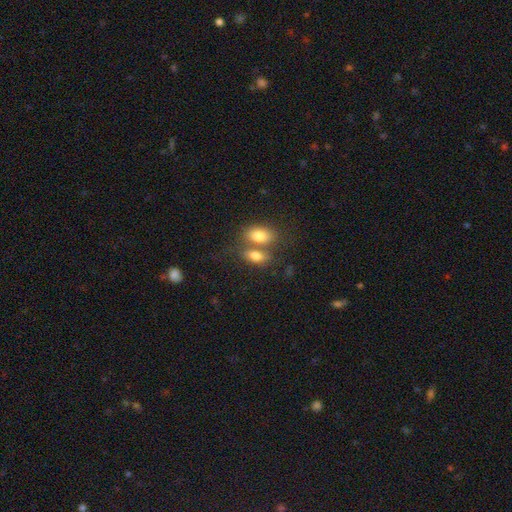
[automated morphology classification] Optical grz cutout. It shows a smooth galaxy with no disk features (79%) that is in between round and cigar-shaped (87%). Merging: merger (51%).